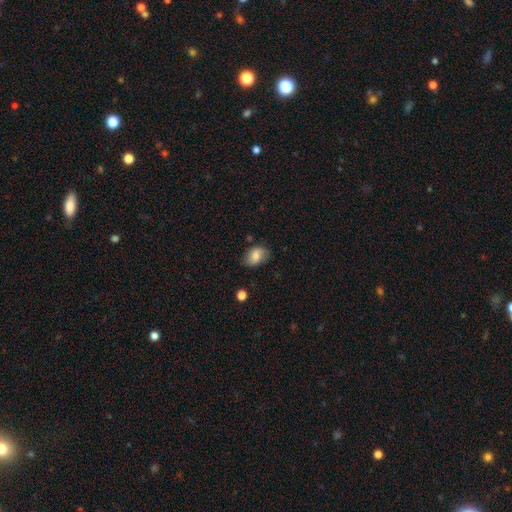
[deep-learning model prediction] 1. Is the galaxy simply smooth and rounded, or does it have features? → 79% smooth, 13% featured or disk, 8% star or artifact.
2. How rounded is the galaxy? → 77% in between, 21% round, 1% cigar-shaped.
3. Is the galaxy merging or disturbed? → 76% none, 18% minor disturbance, 4% major disturbance, 2% merger.